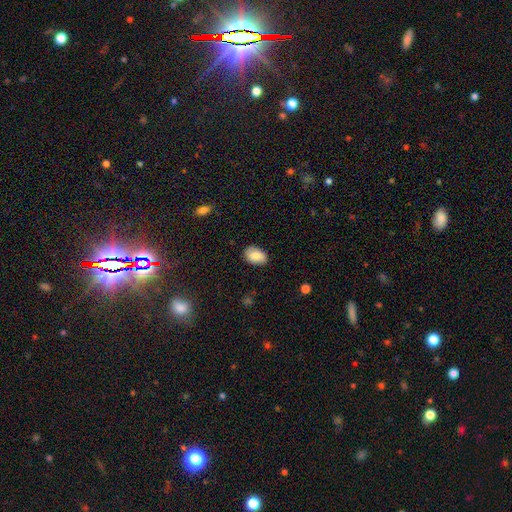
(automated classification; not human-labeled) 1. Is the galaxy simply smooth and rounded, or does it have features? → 83% smooth, 10% featured or disk, 7% star or artifact.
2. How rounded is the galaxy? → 89% in between, 10% round, 1% cigar-shaped.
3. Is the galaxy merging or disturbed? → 85% none, 12% minor disturbance, 2% major disturbance, 1% merger.